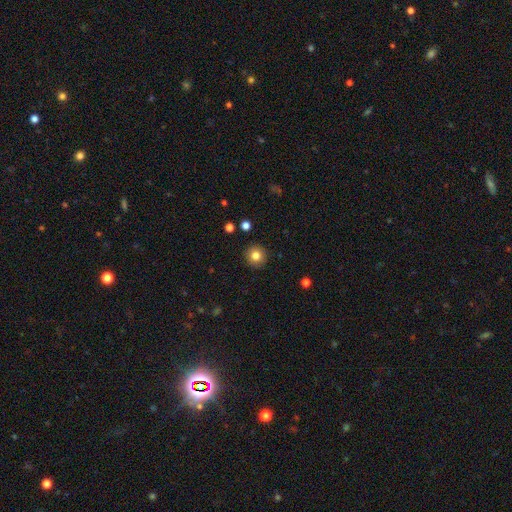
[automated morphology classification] Smooth or featured?
  - smooth: 82% *
  - star or artifact: 11%
  - featured or disk: 7%
How rounded?
  - round: 94% *
  - in between: 5%
  - cigar-shaped: 1%
Merging?
  - none: 92% *
  - minor disturbance: 5%
  - major disturbance: 2%
  - merger: 1%